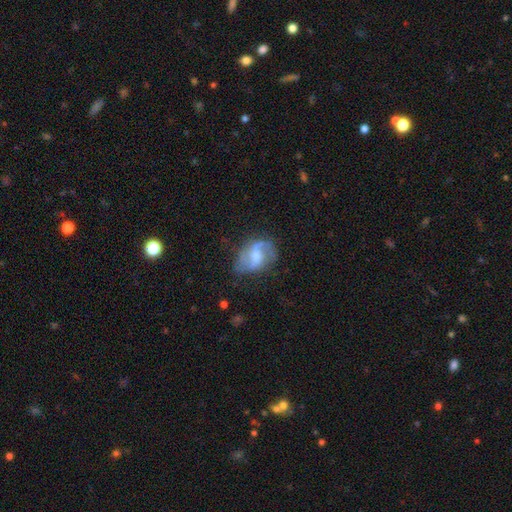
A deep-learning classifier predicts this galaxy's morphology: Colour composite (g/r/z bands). It shows a featured or disk galaxy (66%) with a weak bar (53%), 2 (81%) loose (57%) spiral arms (80%) and a moderate central bulge (53%). Merging: none (56%).